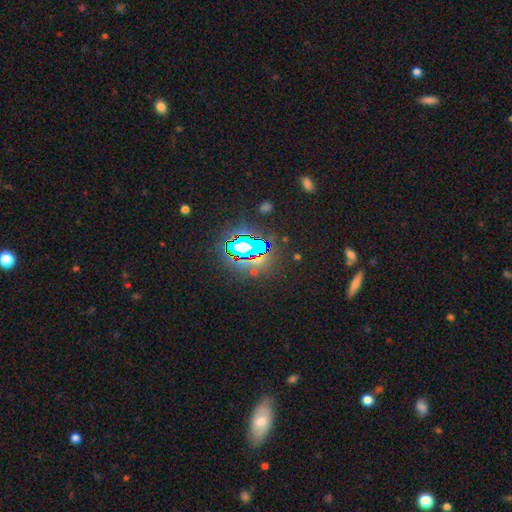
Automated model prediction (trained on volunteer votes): Smooth or featured? star or artifact (72%)